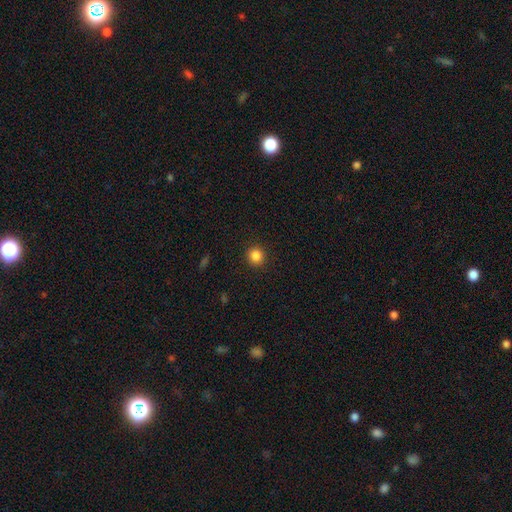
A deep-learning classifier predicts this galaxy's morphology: Smooth or featured? smooth (86%)
How rounded? round (91%)
Merging? none (92%)